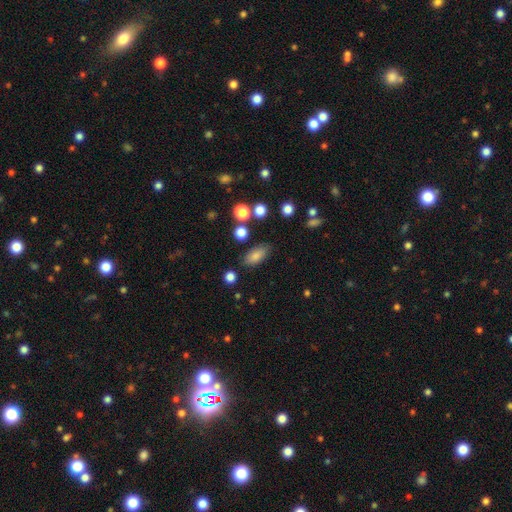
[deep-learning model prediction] Morphology: type=smooth (83%); roundness=in between (86%); merging=none (81%).